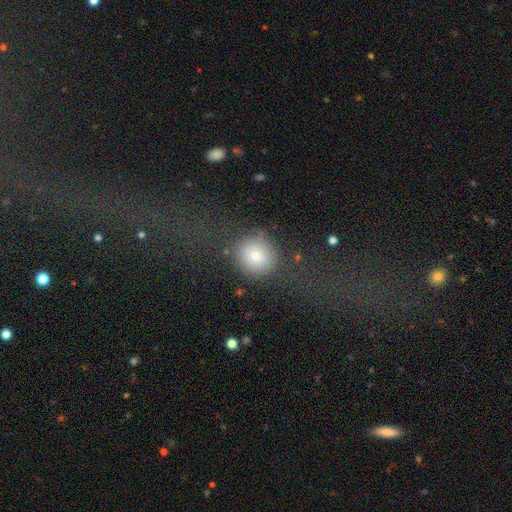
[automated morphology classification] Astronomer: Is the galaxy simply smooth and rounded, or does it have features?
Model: smooth — 75%.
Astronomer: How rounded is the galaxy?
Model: round — 84%.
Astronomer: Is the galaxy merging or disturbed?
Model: none — 74%.